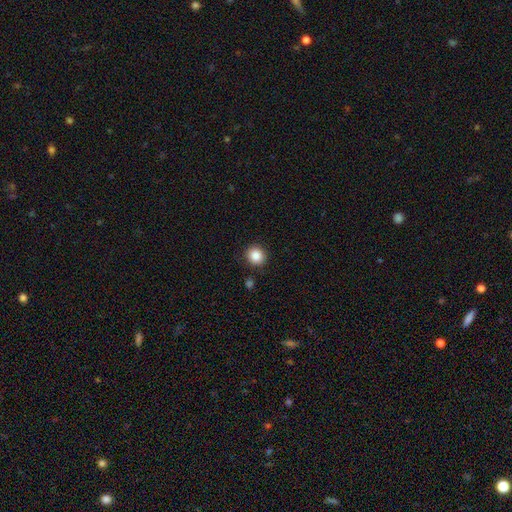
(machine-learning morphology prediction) The model was most divided on "smooth or featured": smooth: 87%, star or artifact: 9%, featured or disk: 3%. More confident: how rounded — round (90%); merging — none (88%).